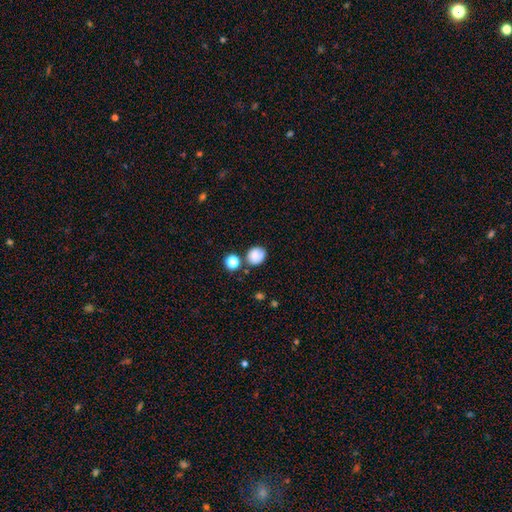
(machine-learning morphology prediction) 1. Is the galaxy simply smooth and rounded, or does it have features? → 84% smooth, 10% star or artifact, 5% featured or disk.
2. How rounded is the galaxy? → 72% round, 27% in between, 1% cigar-shaped.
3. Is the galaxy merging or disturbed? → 71% none, 14% minor disturbance, 10% merger, 4% major disturbance.